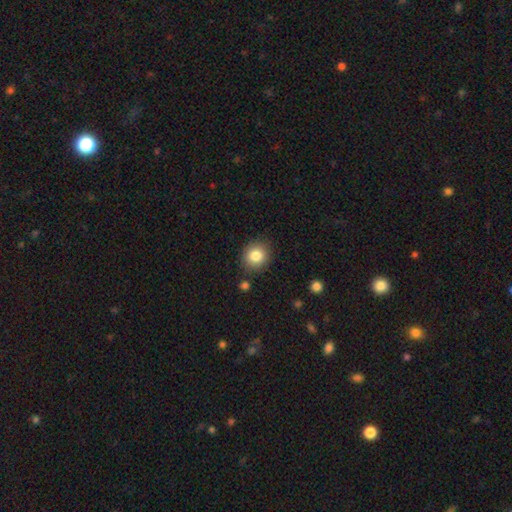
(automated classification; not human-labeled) Morphology: type=smooth (82%); roundness=round (80%); merging=none (86%).